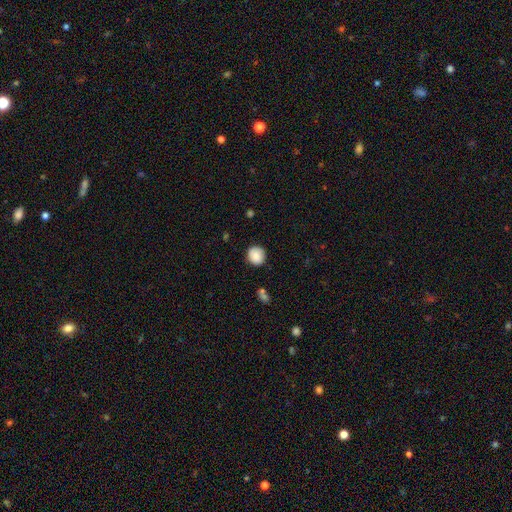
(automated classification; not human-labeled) Smooth or featured? Predicted: smooth (p=0.84). How rounded? Predicted: round (p=0.91). Merging? Predicted: none (p=0.85).